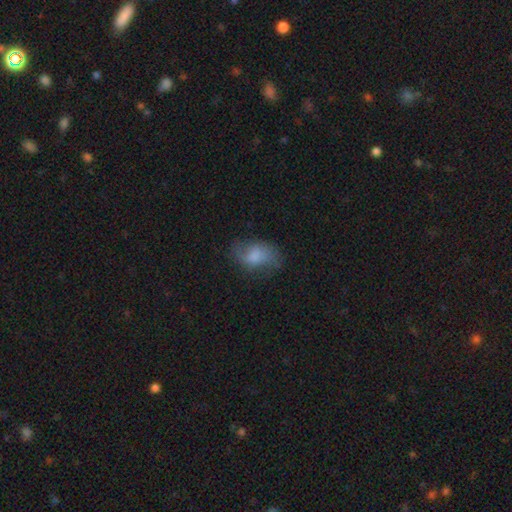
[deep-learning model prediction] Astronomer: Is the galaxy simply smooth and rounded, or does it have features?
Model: smooth — 64%.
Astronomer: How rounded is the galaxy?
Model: in between — 85%.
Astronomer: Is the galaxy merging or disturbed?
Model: none — 57%.